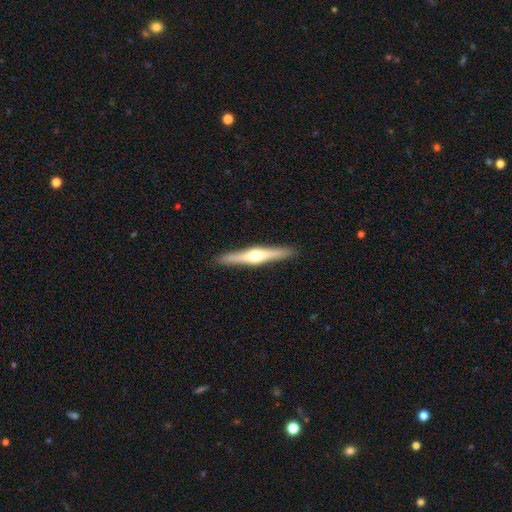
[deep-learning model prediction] This is likely a featured or disk galaxy (70%). It is clearly viewed edge-on (97%). Edge-on bulge: clearly rounded (94%). Merging: clearly none (91%).